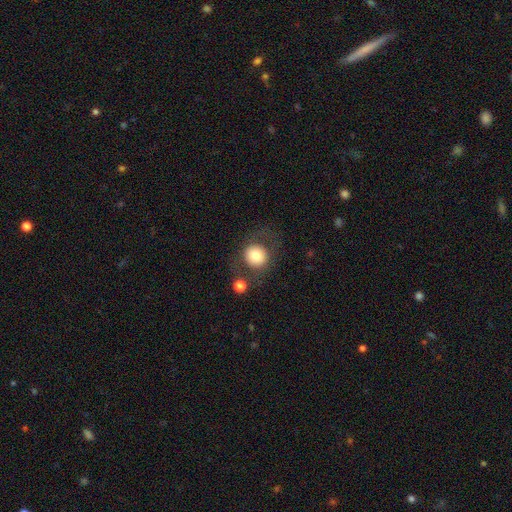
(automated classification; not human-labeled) Morphology: type=smooth (75%); roundness=round (90%); merging=none (70%).